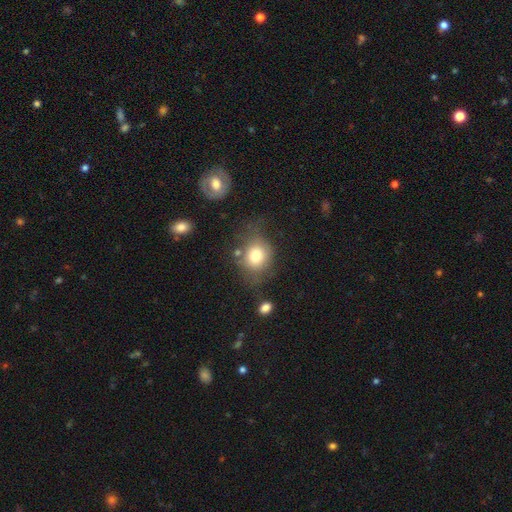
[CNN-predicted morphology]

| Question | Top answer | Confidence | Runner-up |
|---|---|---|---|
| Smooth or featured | smooth | 77% | featured or disk (13%) |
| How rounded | round | 65% | in between (34%) |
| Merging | none | 55% | minor disturbance (24%) |